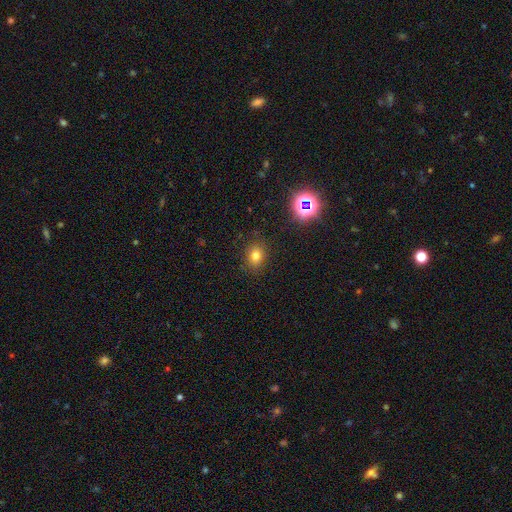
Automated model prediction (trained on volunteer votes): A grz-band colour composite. It shows a smooth galaxy with no disk features (74%) that is round (55%). Merging: none (86%).